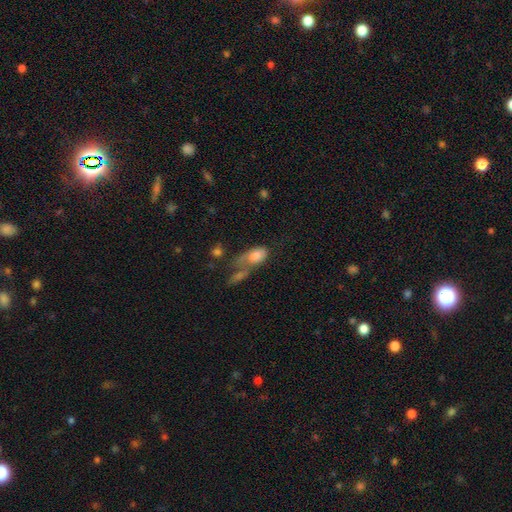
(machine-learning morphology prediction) Smooth or featured: smooth — 71% (featured or disk — 19%)
How rounded: in between — 86% (round — 9%)
Merging: merger — 45% (major disturbance — 21%)